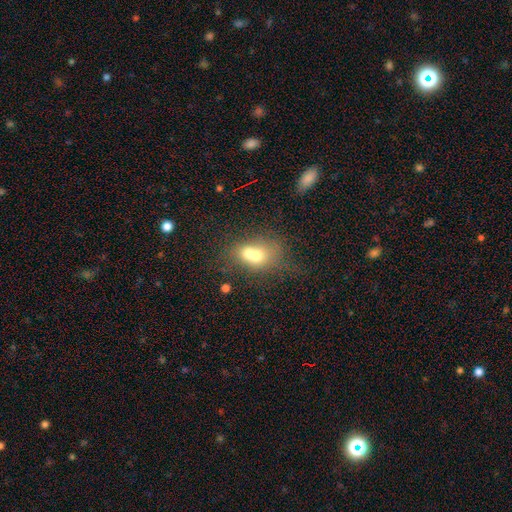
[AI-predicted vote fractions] Smooth or featured: smooth — 62% (featured or disk — 27%)
How rounded: round — 52% (in between — 46%)
Merging: merger — 68% (none — 20%)